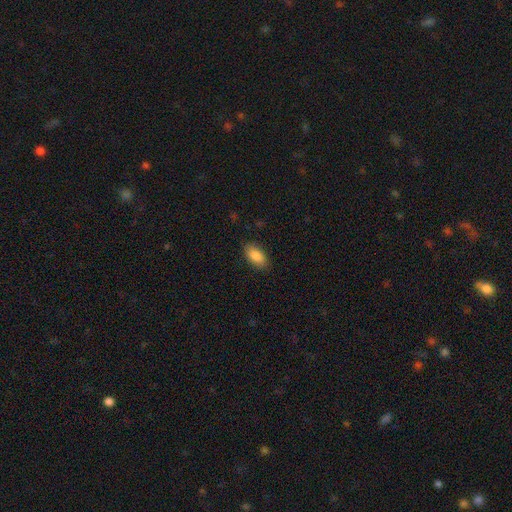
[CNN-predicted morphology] Smooth or featured? smooth (88%)
How rounded? in between (92%)
Merging? none (87%)